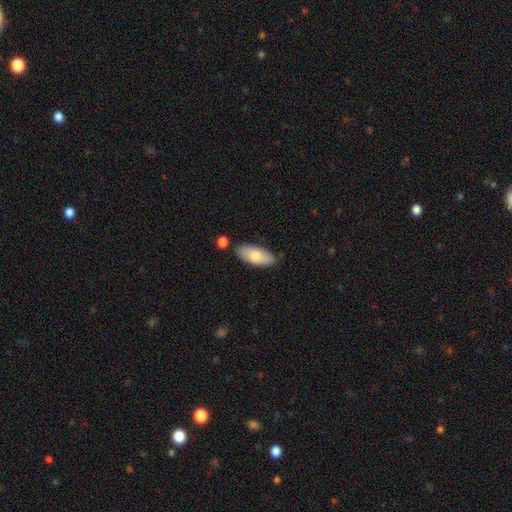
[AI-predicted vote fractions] Overall: smooth (79%). How rounded: in between (87%). Merging: none (79%).